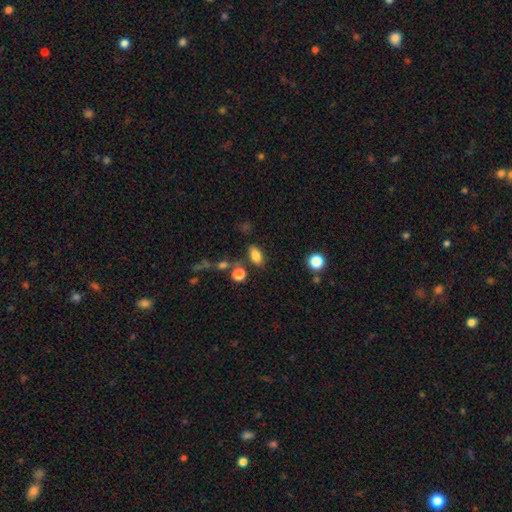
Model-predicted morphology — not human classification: The model was most divided on "merging": none: 78%, minor disturbance: 12%, merger: 6%, major disturbance: 4%. More confident: how rounded — in between (87%); smooth or featured — smooth (83%).